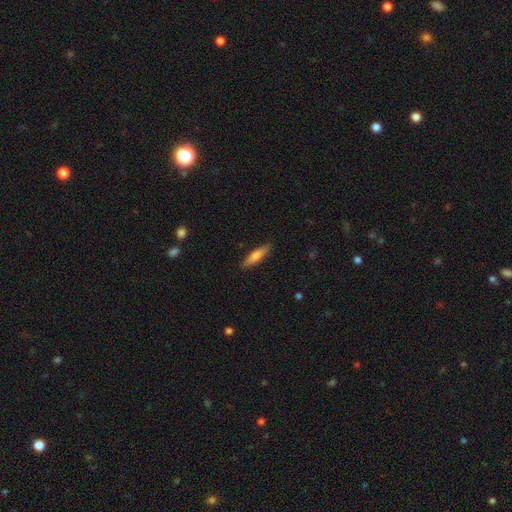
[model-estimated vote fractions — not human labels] Q: Smooth or featured?
A: smooth (72%); runner-up: featured or disk (22%)
Q: How rounded?
A: cigar-shaped (76%); runner-up: in between (22%)
Q: Merging?
A: none (87%); runner-up: minor disturbance (9%)